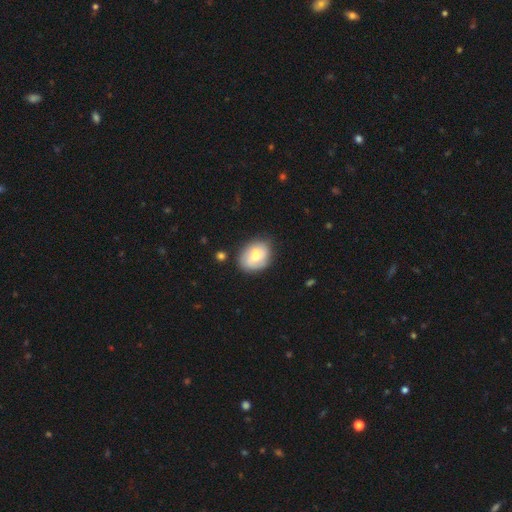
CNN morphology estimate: smooth 59%, featured or disk 34%, star or artifact 7%. Down the decision tree: how rounded — in between (62%); merging — none (72%).